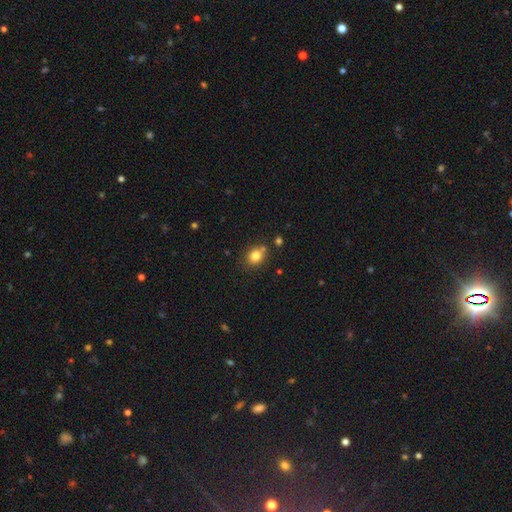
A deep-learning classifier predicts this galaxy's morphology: A smooth galaxy with no disk features (81%) that is round (64%). Merging: none (70%).